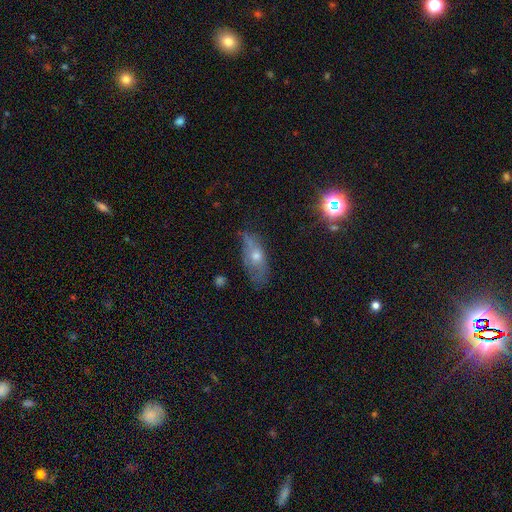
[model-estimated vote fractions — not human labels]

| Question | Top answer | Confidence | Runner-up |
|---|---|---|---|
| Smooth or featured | smooth | 44% | featured or disk (41%) |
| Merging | none | 49% | minor disturbance (32%) |